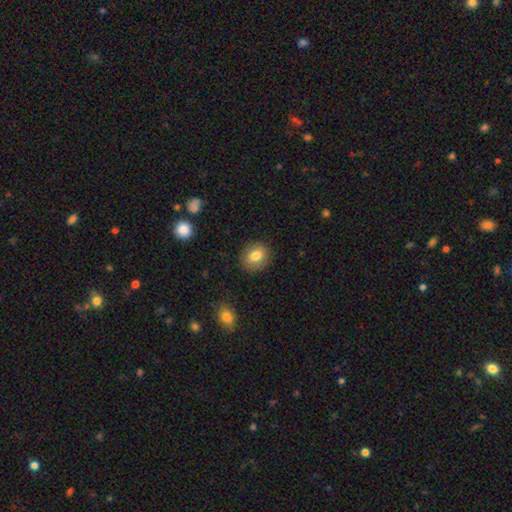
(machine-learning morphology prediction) Smooth or featured?
  - smooth: 82% *
  - star or artifact: 9%
  - featured or disk: 9%
How rounded?
  - round: 68% *
  - in between: 31%
  - cigar-shaped: 1%
Merging?
  - none: 87% *
  - minor disturbance: 9%
  - major disturbance: 3%
  - merger: 1%